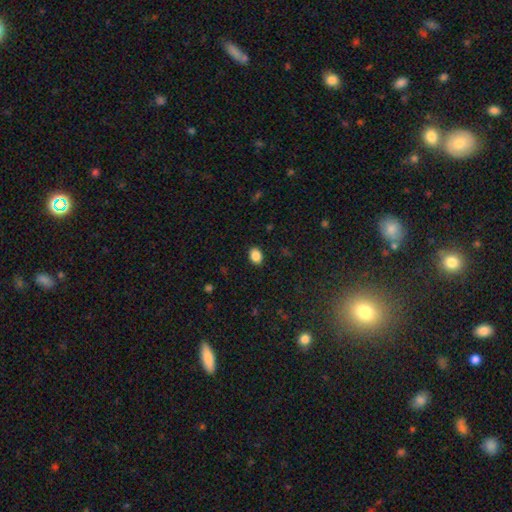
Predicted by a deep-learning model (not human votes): Q: Smooth or featured?
A: smooth (88%); runner-up: star or artifact (9%)
Q: How rounded?
A: in between (71%); runner-up: round (28%)
Q: Merging?
A: none (90%); runner-up: minor disturbance (7%)